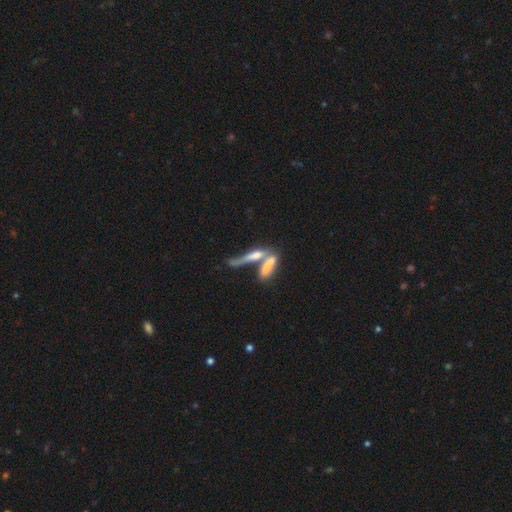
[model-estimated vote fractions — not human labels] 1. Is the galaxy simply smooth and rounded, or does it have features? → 54% smooth, 37% featured or disk, 9% star or artifact.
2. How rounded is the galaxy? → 71% cigar-shaped, 26% in between, 3% round.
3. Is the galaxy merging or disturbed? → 59% merger, 24% none, 9% minor disturbance, 9% major disturbance.